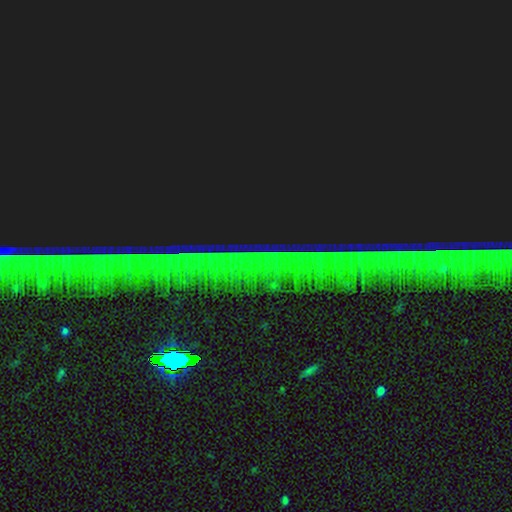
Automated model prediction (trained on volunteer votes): Smooth or featured: star or artifact — 83% (featured or disk — 9%)